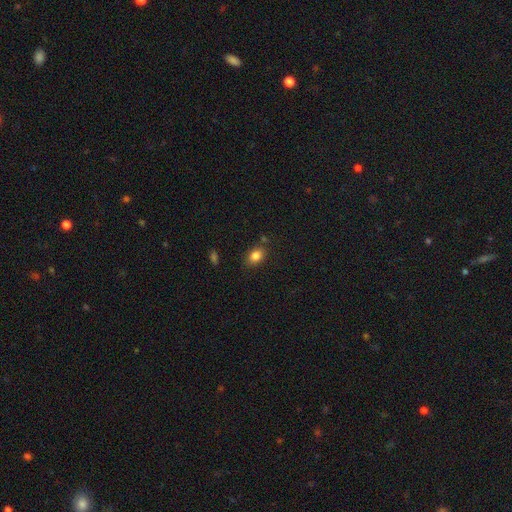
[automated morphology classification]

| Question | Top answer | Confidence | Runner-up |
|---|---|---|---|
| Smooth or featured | smooth | 84% | star or artifact (10%) |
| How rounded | in between | 73% | round (25%) |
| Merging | none | 77% | minor disturbance (15%) |